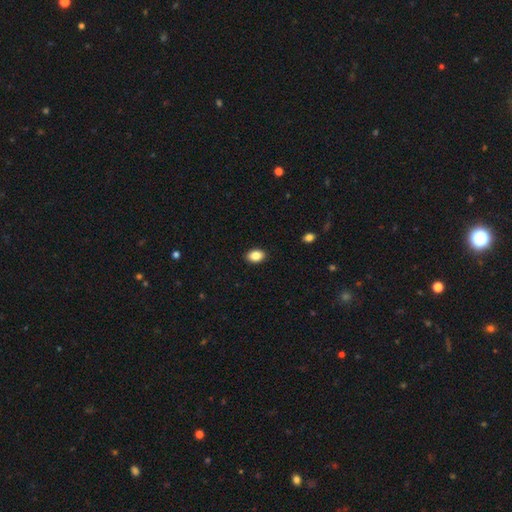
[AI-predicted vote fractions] A smooth galaxy with no disk features (87%) that is in between round and cigar-shaped (78%).

Vote fractions:
- Smooth or featured? smooth: 87% / star or artifact: 8% / featured or disk: 5%
- How rounded? in between: 78% / round: 21% / cigar-shaped: 1%
- Merging? none: 90% / minor disturbance: 7% / major disturbance: 2% / merger: 1%